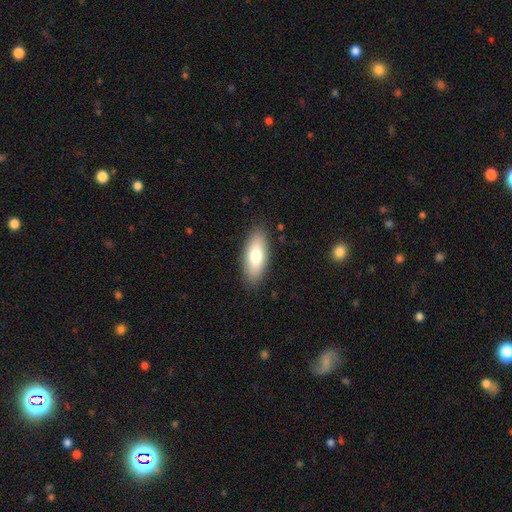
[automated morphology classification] This appears to be a smooth galaxy with no disk features (74%) that is in between round and cigar-shaped (77%). Merging: none (87%).